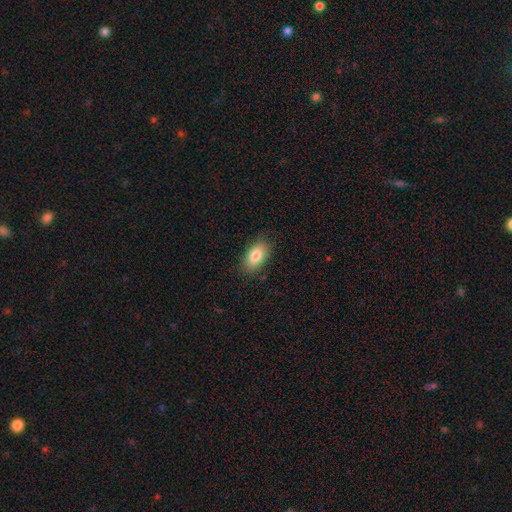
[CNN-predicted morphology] This appears to be a smooth galaxy with no disk features (82%) that is in between round and cigar-shaped (92%). Merging: none (85%).